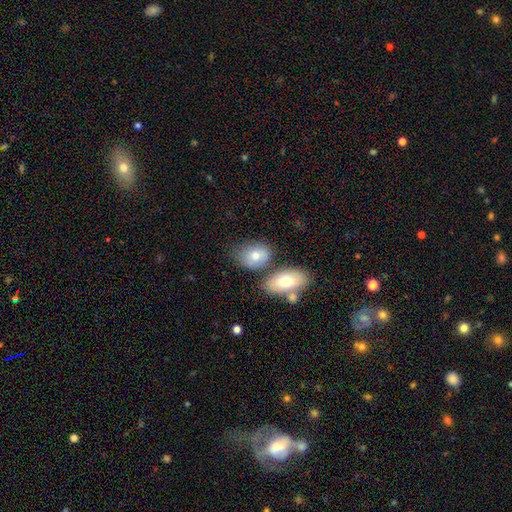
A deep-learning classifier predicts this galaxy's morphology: type=smooth (72%); roundness=in between (73%); merging=none (49%).